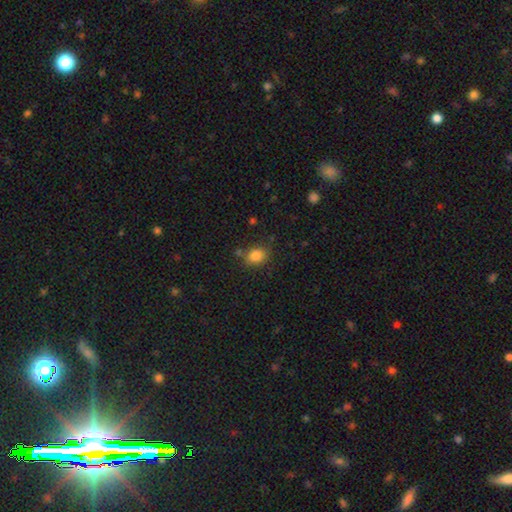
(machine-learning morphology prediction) Smooth or featured? smooth (83%)
How rounded? in between (51%)
Merging? none (74%)